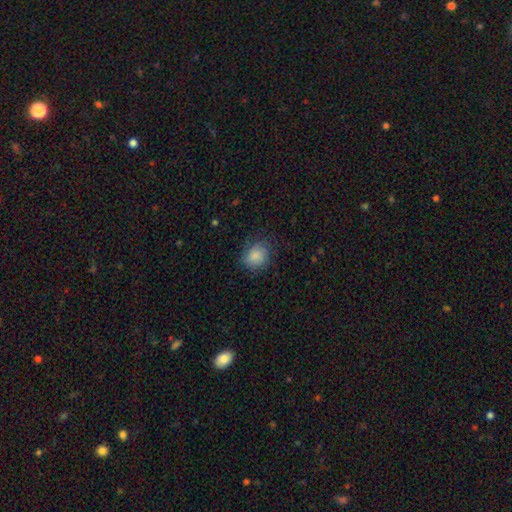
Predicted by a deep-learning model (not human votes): Q: Smooth or featured?
A: smooth (85%); runner-up: star or artifact (8%)
Q: How rounded?
A: round (63%); runner-up: in between (37%)
Q: Merging?
A: none (74%); runner-up: minor disturbance (19%)